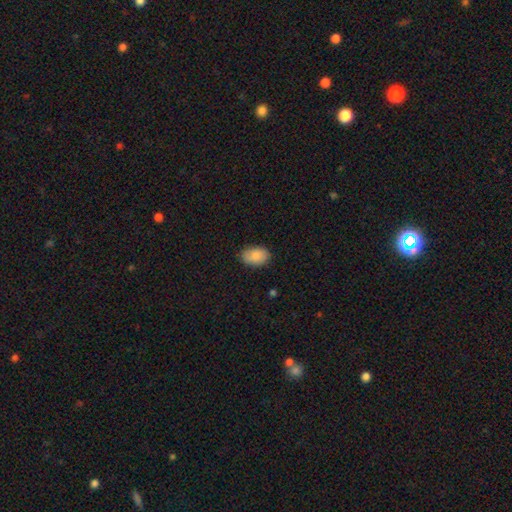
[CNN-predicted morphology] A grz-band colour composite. It shows a smooth galaxy with no disk features (86%) that is in between round and cigar-shaped (89%). Merging: none (83%).